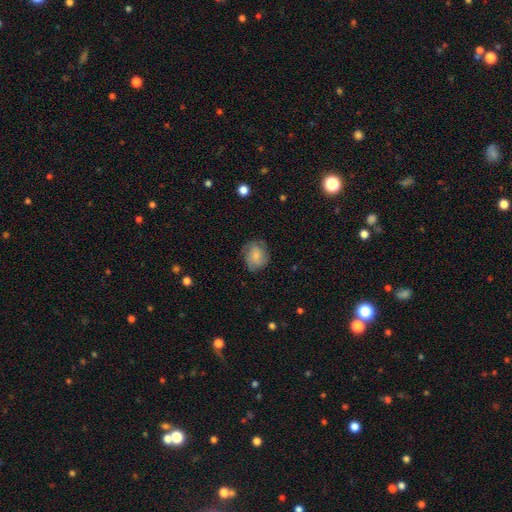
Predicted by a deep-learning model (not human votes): This appears to be a smooth galaxy with no disk features (70%) that is round (65%). Merging: none (73%).